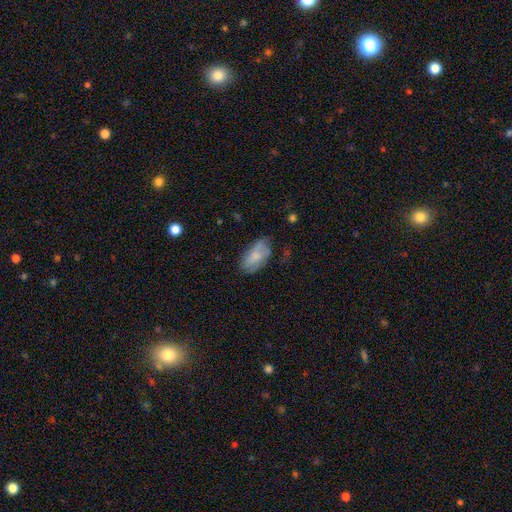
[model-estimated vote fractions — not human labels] Overall: smooth (71%). How rounded: in between (93%). Merging: none (60%; minor disturbance 29%).